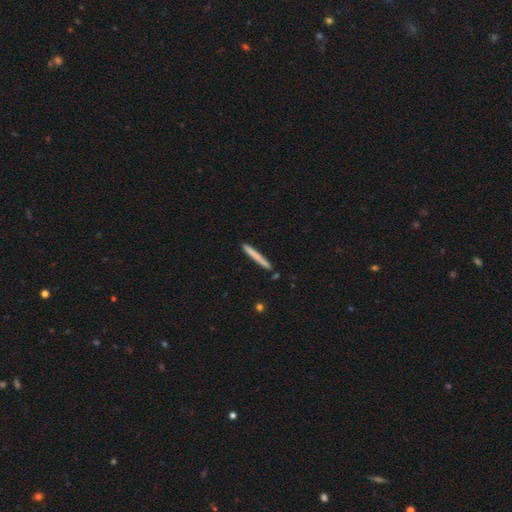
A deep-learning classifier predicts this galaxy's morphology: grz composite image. It shows a smooth galaxy with no disk features (72%) that is cigar-shaped (97%). Merging: none (90%).